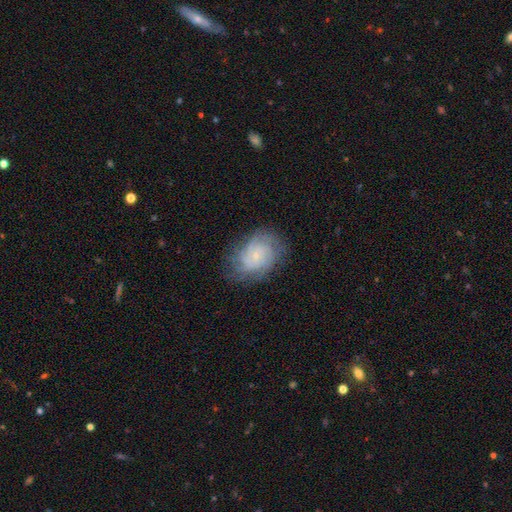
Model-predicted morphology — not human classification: A featured or disk galaxy (72%) with no bar (77%), tight (65%) spiral arms (93%) and a small central bulge (82%).

Vote fractions:
- Smooth or featured? featured or disk: 72% / smooth: 19% / star or artifact: 9%
- Edge-on disk? no: 97% / yes: 3%
- Bar? no: 77% / weak: 20% / strong: 3%
- Spiral arms? yes: 93% / no: 7%
- Spiral winding? tight: 65% / medium: 27% / loose: 8%
- Spiral arm count? can't tell: 41% / 4: 18% / 3: 14% / 2: 12% / more than 4: 9% / 1: 6%
- Bulge size? small: 82% / moderate: 11% / none: 4% / large: 1% / dominant: 1%
- Merging? none: 74% / minor disturbance: 17% / major disturbance: 7% / merger: 1%